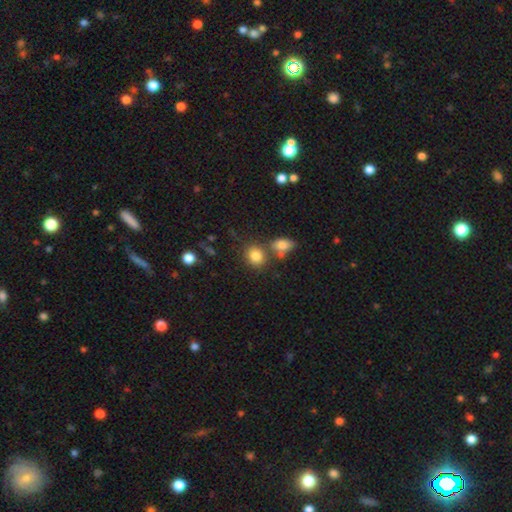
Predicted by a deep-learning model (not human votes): This is clearly a smooth galaxy (83%). How rounded: likely round (64%). Merging: likely none (64%).